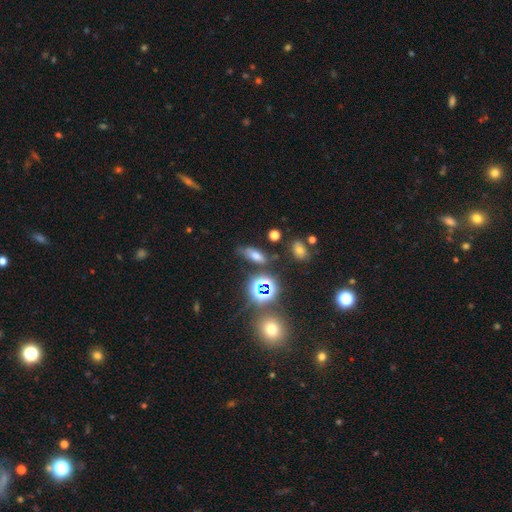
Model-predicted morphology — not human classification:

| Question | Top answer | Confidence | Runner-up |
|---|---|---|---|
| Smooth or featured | smooth | 57% | star or artifact (29%) |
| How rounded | in between | 65% | cigar-shaped (25%) |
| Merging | none | 67% | minor disturbance (18%) |